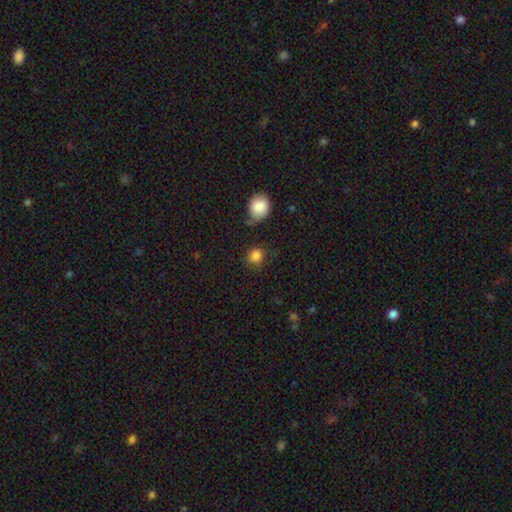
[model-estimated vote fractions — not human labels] A smooth galaxy with no disk features (85%) that is round (79%).

Vote fractions:
- Smooth or featured? smooth: 85% / star or artifact: 10% / featured or disk: 5%
- How rounded? round: 79% / in between: 20% / cigar-shaped: 1%
- Merging? none: 70% / minor disturbance: 18% / major disturbance: 6% / merger: 6%